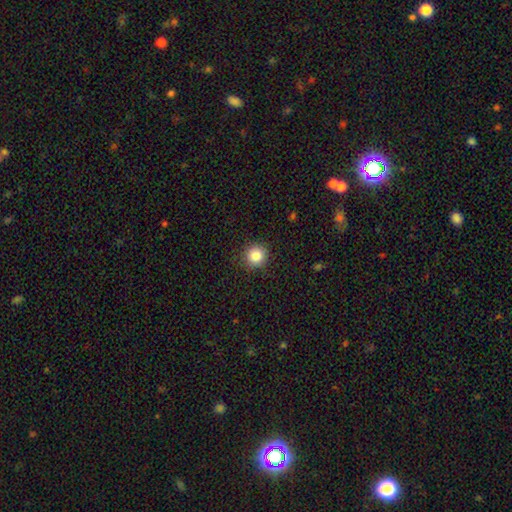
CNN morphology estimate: This is clearly a smooth galaxy (85%). How rounded: clearly round (93%). Merging: clearly none (90%).